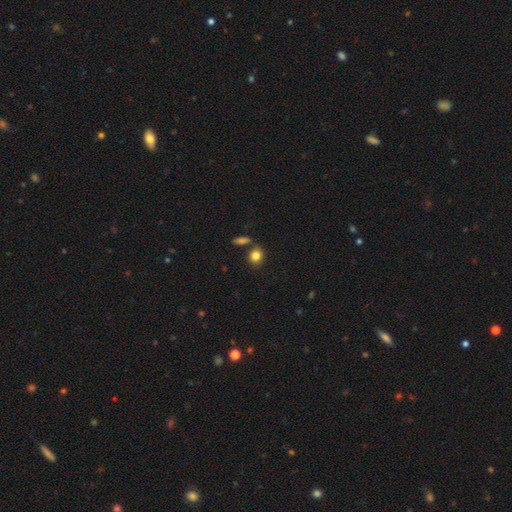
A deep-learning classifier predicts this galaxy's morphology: smooth_or_featured: smooth (p=0.83) [alt: star or artifact p=0.10]
how_rounded: round (p=0.67) [alt: in between p=0.31]
merging: none (p=0.75) [alt: merger p=0.12]